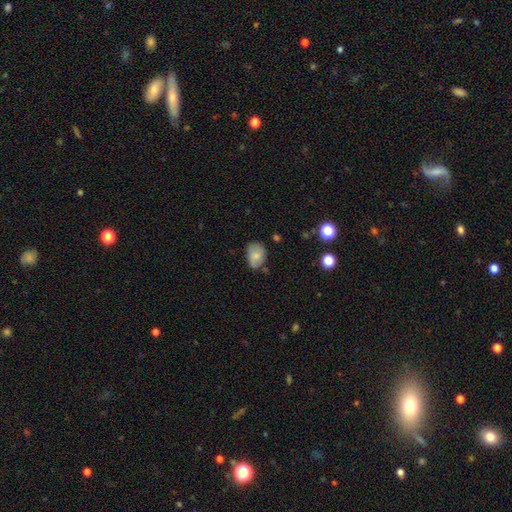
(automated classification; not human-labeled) smooth-or-featured: smooth: 76% | featured or disk: 16% | star or artifact: 9%
  how-rounded: in between: 73% | round: 26% | cigar-shaped: 1%
  merging: none: 60% | minor disturbance: 30% | major disturbance: 7% | merger: 4%